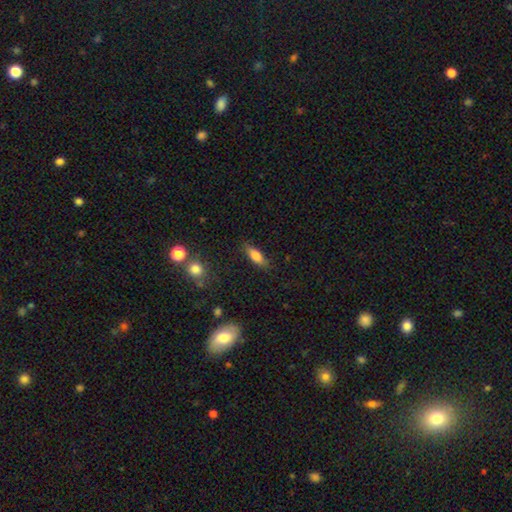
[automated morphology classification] smooth_or_featured: smooth (p=0.76) [alt: featured or disk p=0.16]
how_rounded: in between (p=0.62) [alt: cigar-shaped p=0.35]
merging: none (p=0.82) [alt: minor disturbance p=0.13]